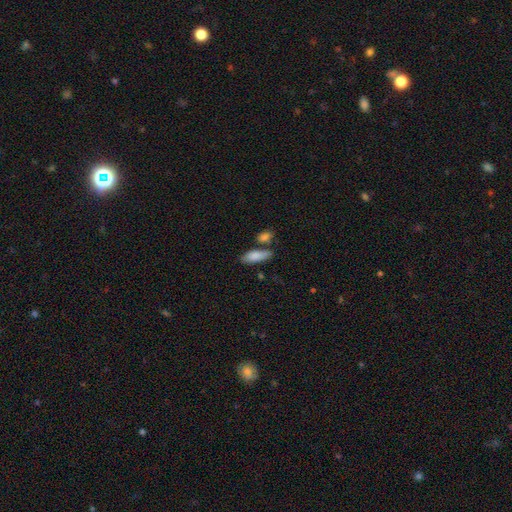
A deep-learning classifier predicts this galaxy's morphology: type=smooth (83%); roundness=in between (65%); merging=none (64%).